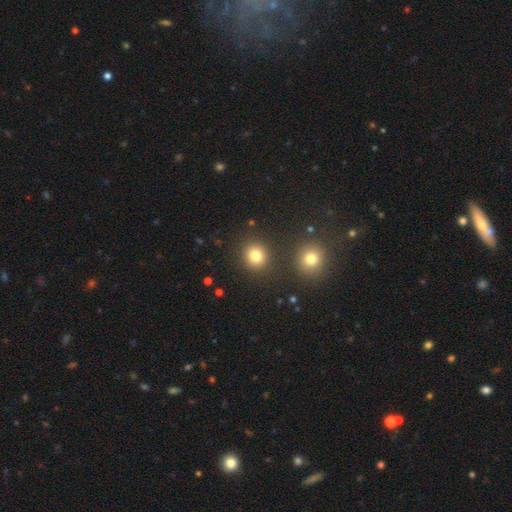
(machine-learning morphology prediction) The model was most divided on "smooth or featured": smooth: 81%, star or artifact: 13%, featured or disk: 6%. More confident: merging — none (85%); how rounded — round (85%).